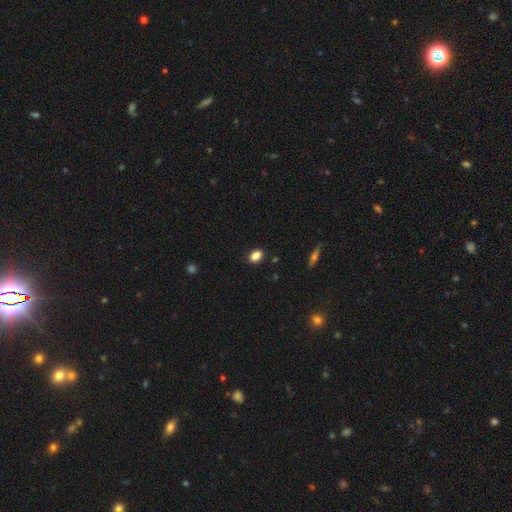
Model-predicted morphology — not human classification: Smooth or featured?
  - smooth: 86% *
  - star or artifact: 9%
  - featured or disk: 5%
How rounded?
  - in between: 80% *
  - round: 18%
  - cigar-shaped: 2%
Merging?
  - none: 87% *
  - minor disturbance: 10%
  - major disturbance: 2%
  - merger: 1%